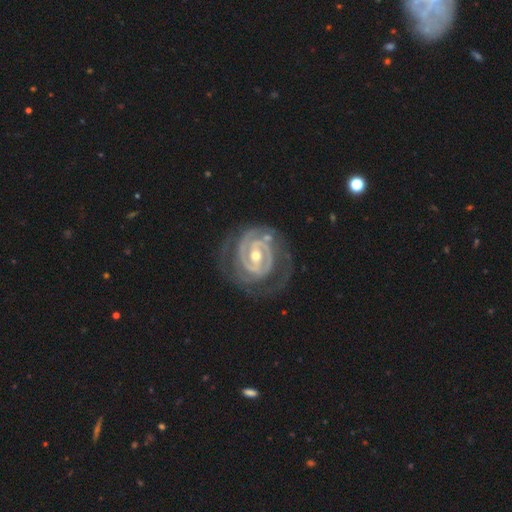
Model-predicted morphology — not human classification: Q: Smooth or featured?
A: featured or disk (91%); runner-up: smooth (5%)
Q: Edge-on disk?
A: no (97%); runner-up: yes (3%)
Q: Bar?
A: strong (40%); runner-up: weak (39%)
Q: Spiral arms?
A: yes (97%); runner-up: no (3%)
Q: Spiral winding?
A: tight (76%); runner-up: medium (20%)
Q: Spiral arm count?
A: 2 (62%); runner-up: 3 (14%)
Q: Bulge size?
A: moderate (59%); runner-up: small (37%)
Q: Merging?
A: none (71%); runner-up: minor disturbance (17%)